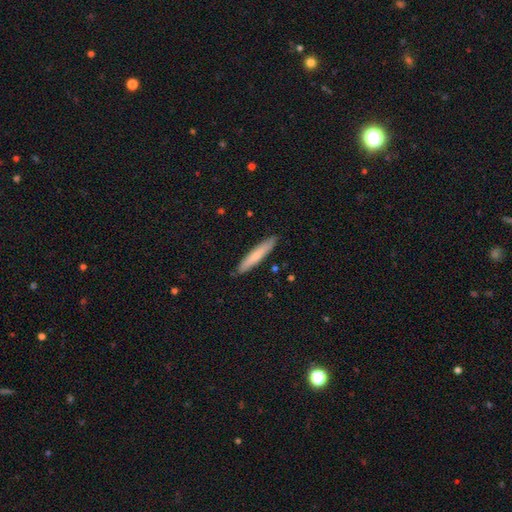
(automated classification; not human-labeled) Smooth or featured: smooth — 70% (featured or disk — 25%)
How rounded: cigar-shaped — 93% (in between — 6%)
Merging: none — 90% (minor disturbance — 8%)